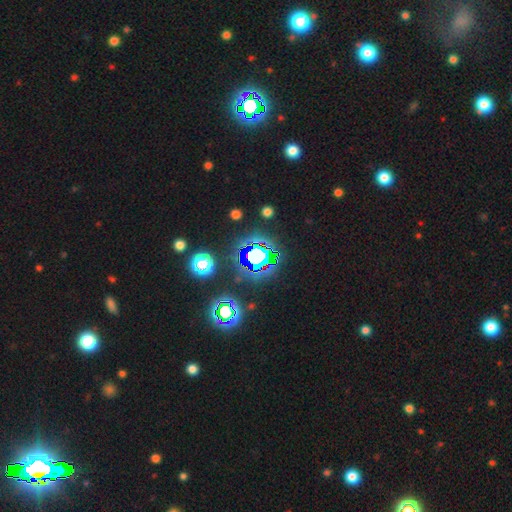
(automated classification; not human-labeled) A star or artifact, not a galaxy (71%).